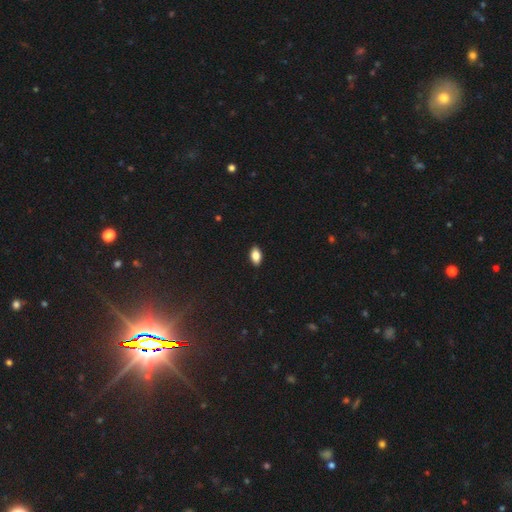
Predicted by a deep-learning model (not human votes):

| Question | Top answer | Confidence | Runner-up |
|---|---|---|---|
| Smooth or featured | smooth | 84% | featured or disk (8%) |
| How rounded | in between | 91% | round (5%) |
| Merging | none | 89% | minor disturbance (9%) |